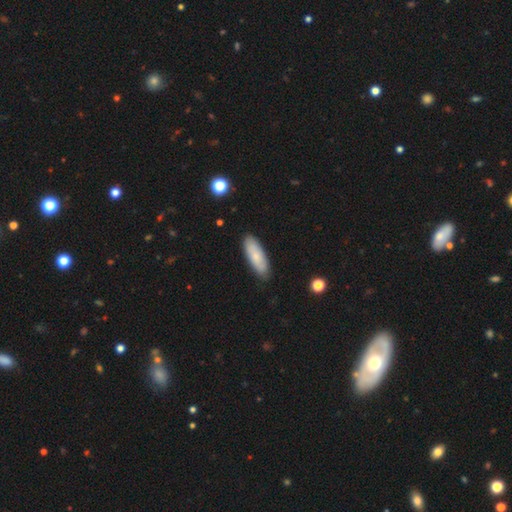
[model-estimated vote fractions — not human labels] Smooth or featured?
  - smooth: 77% *
  - featured or disk: 17%
  - star or artifact: 6%
How rounded?
  - in between: 60% *
  - cigar-shaped: 38%
  - round: 2%
Merging?
  - none: 87% *
  - minor disturbance: 10%
  - major disturbance: 2%
  - merger: 1%